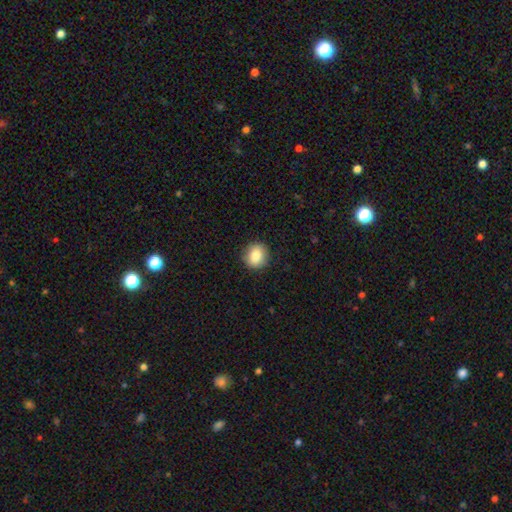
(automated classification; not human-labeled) This is clearly a smooth galaxy (82%). How rounded: clearly round (83%). Merging: clearly none (89%).